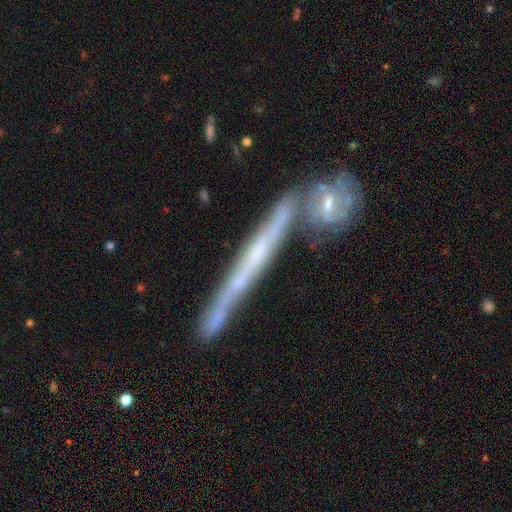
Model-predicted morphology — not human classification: type=featured or disk (75%); edge-on=yes (92%); edge-on bulge=none (68%); merging=none (64%).